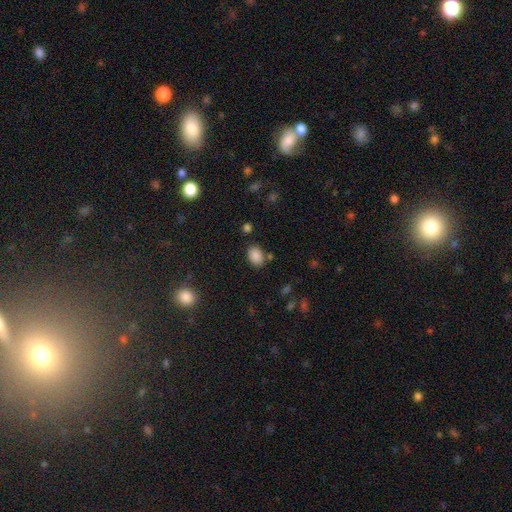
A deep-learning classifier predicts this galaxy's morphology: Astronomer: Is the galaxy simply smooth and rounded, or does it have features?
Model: smooth — 87%.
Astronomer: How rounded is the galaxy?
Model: in between — 80%.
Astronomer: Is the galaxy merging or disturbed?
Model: none — 78%.